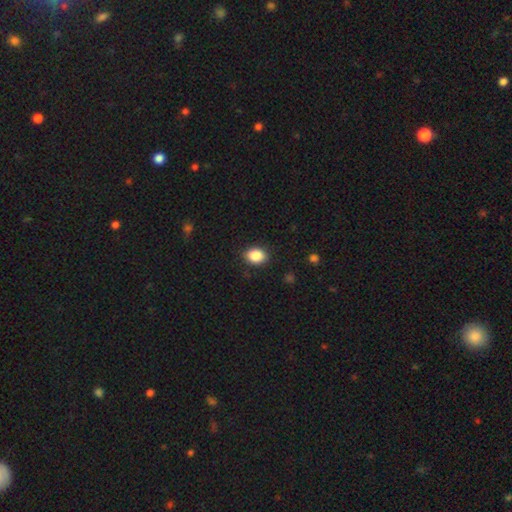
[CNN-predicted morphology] Smooth or featured?
  - smooth: 87% *
  - star or artifact: 9%
  - featured or disk: 4%
How rounded?
  - in between: 62% *
  - round: 37%
  - cigar-shaped: 1%
Merging?
  - none: 88% *
  - minor disturbance: 9%
  - major disturbance: 2%
  - merger: 1%